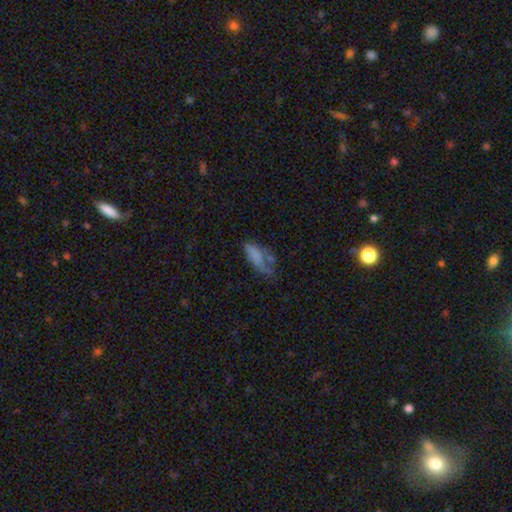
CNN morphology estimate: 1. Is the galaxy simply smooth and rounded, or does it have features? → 61% smooth, 28% featured or disk, 11% star or artifact.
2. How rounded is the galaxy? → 78% in between, 19% cigar-shaped, 3% round.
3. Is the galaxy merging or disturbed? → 31% none (tied), 31% major disturbance (tied), 26% minor disturbance, 12% merger.